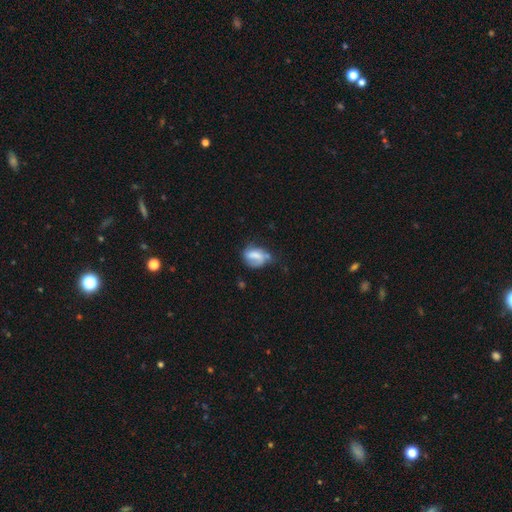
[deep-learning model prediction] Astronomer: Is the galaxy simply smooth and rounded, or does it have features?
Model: smooth — 52% (runner-up: featured or disk, 39%).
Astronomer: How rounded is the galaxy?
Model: in between — 69%.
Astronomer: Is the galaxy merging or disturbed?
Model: none — 34% (runner-up: minor disturbance, 33%).